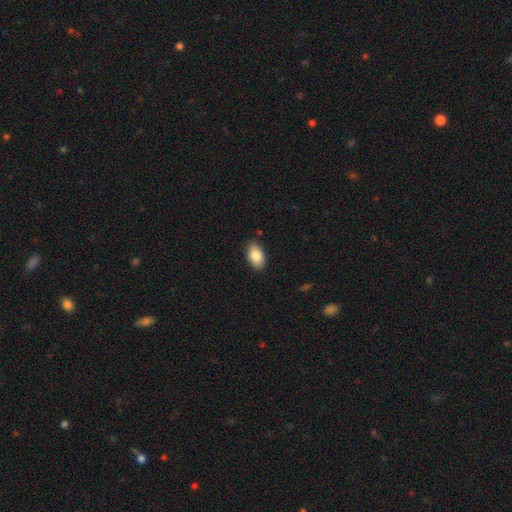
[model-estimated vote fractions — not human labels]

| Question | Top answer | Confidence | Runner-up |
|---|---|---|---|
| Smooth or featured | smooth | 86% | featured or disk (7%) |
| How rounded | in between | 93% | round (5%) |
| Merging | none | 86% | minor disturbance (11%) |